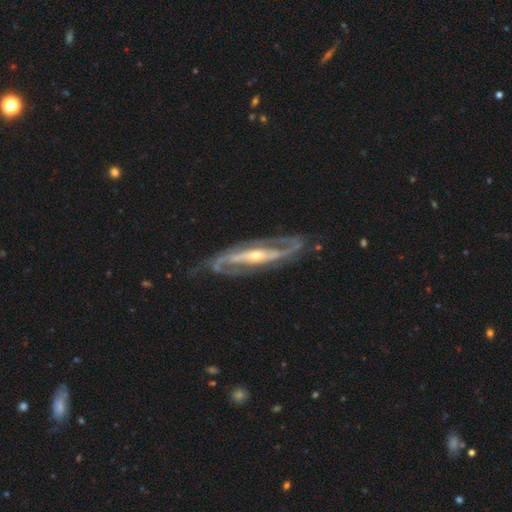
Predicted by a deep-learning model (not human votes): smooth-or-featured: featured or disk: 92% | smooth: 4% | star or artifact: 4%
  disk-edge-on: no: 89% | yes: 11%
    bar: strong: 50% | no: 27% | weak: 23%
    has-spiral-arms: yes: 96% | no: 4%
      spiral-winding: medium: 49% | tight: 33% | loose: 18%
      spiral-arm-count: 2: 89% | can't tell: 4% | 3: 2% | 1: 2% | 4: 1% | more than 4: 1%
    bulge-size: small: 49% | moderate: 47% | large: 3% | none: 1% | dominant: 1%
  merging: none: 77% | minor disturbance: 15% | major disturbance: 7% | merger: 2%